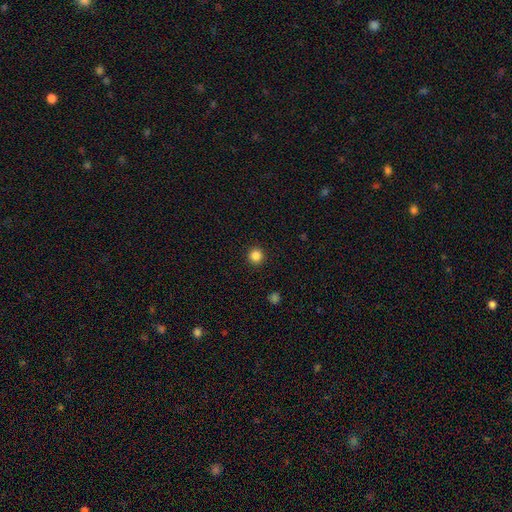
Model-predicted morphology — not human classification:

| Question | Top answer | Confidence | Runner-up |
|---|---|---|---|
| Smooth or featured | smooth | 85% | star or artifact (12%) |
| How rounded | round | 96% | in between (3%) |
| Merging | none | 93% | minor disturbance (4%) |